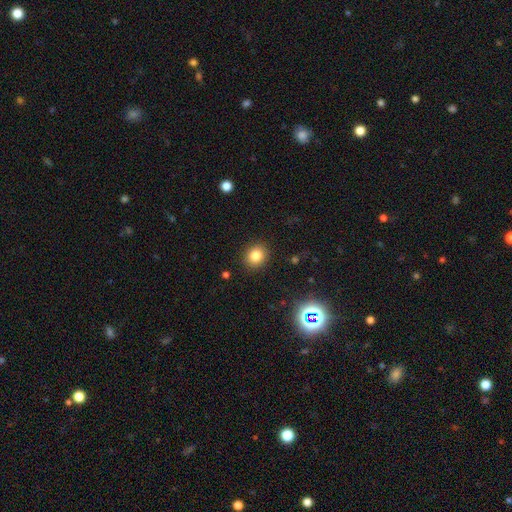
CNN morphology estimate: Q: Smooth or featured?
A: smooth (81%); runner-up: star or artifact (12%)
Q: How rounded?
A: round (74%); runner-up: in between (25%)
Q: Merging?
A: none (89%); runner-up: minor disturbance (7%)